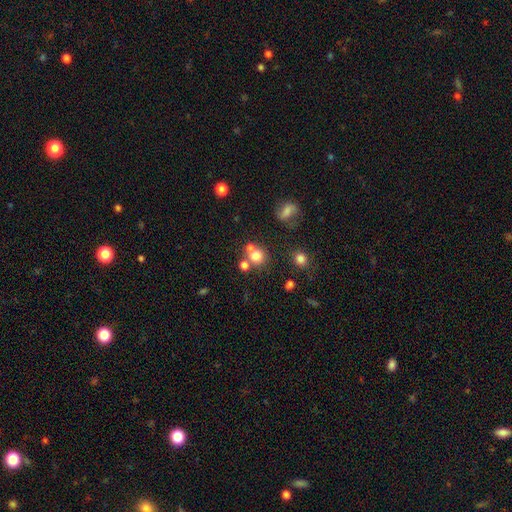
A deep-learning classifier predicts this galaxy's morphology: Q: Smooth or featured?
A: smooth (73%); runner-up: star or artifact (15%)
Q: How rounded?
A: round (86%); runner-up: in between (13%)
Q: Merging?
A: none (55%); runner-up: merger (33%)